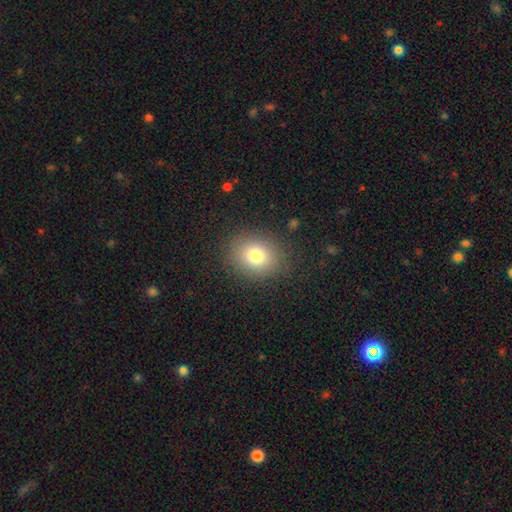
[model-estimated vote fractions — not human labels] Overall: smooth (76%). How rounded: round (62%; in between 37%). Merging: none (85%).